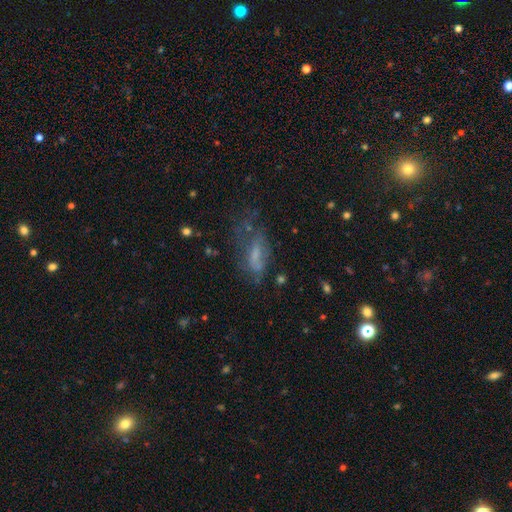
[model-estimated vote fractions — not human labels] smooth-or-featured: featured or disk: 42% | smooth: 39% | star or artifact: 18%
  merging: none: 45% | major disturbance: 26% | minor disturbance: 25% | merger: 4%